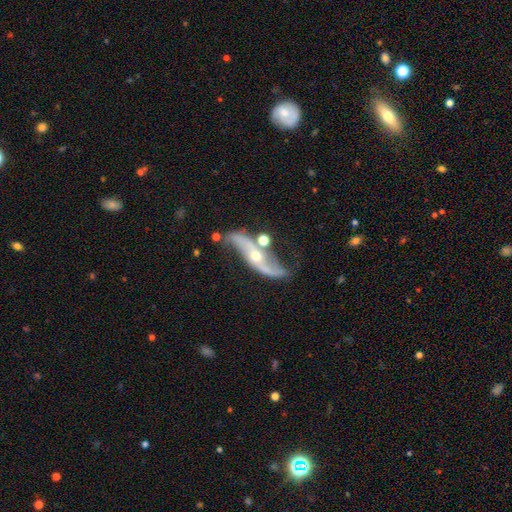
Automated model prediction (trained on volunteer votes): featured or disk 88%, smooth 6%, star or artifact 5%. Down the decision tree: edge-on disk — no (88%); bar — no (56%); spiral arms — yes (95%); spiral arm count — 2 (93%); spiral winding — loose (84%); bulge size — small (50%); merging — none (60%).